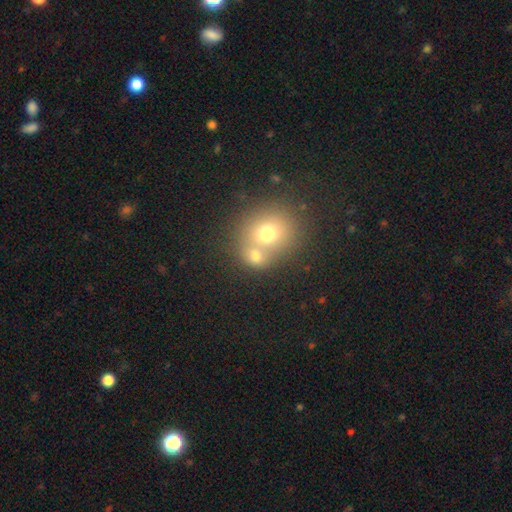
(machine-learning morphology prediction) Overall: smooth (71%). How rounded: round (70%). Merging: merger (51%; none 37%).